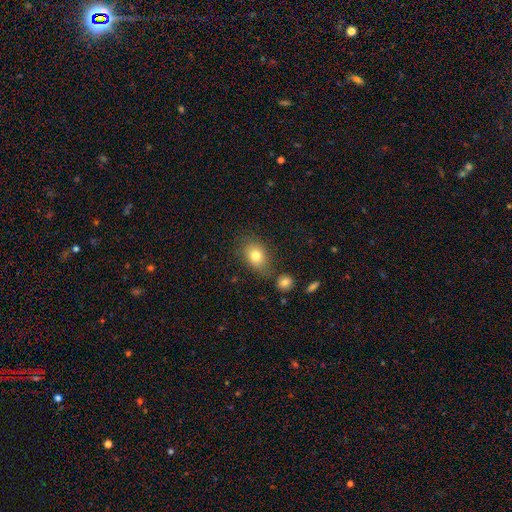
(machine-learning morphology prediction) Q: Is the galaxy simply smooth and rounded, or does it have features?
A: smooth — 79%.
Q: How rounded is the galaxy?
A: in between — 72%.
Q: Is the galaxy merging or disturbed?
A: none — 71%.